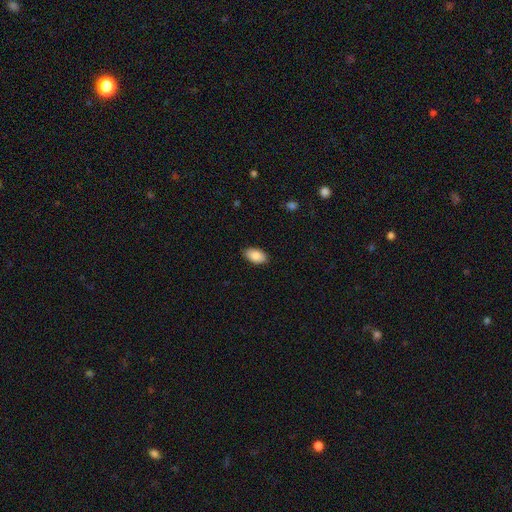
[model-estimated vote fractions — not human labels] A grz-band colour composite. It shows a smooth galaxy with no disk features (89%) that is in between round and cigar-shaped (95%). Merging: none (88%).